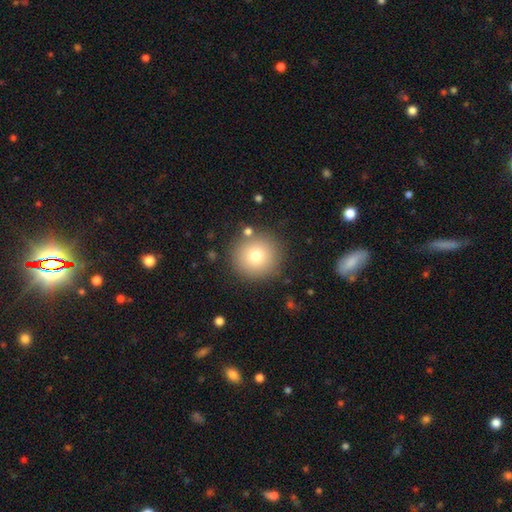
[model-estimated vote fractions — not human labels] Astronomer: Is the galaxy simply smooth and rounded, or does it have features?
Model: smooth — 75%.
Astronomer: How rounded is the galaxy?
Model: round — 95%.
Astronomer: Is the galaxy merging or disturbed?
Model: none — 86%.